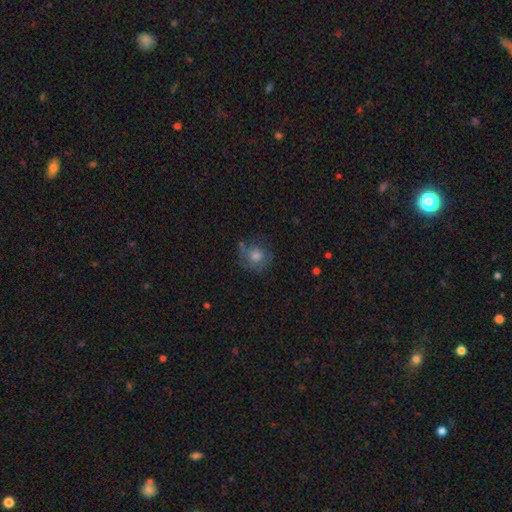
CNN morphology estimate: The model was most divided on "smooth or featured": smooth: 60%, featured or disk: 25%, star or artifact: 15%. More confident: how rounded — round (84%); merging — none (66%).